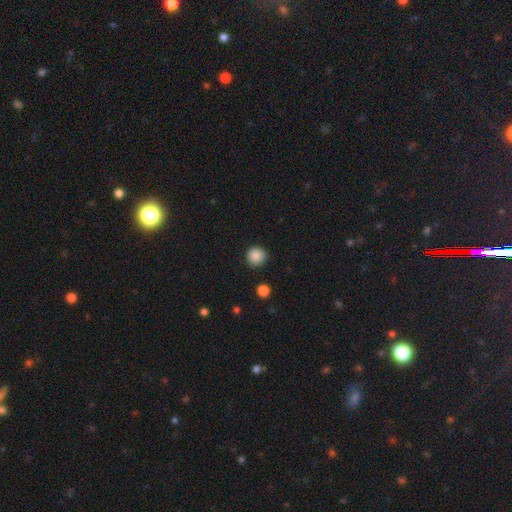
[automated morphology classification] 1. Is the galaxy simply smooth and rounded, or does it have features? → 88% smooth, 10% star or artifact, 3% featured or disk.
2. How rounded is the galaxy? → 94% round, 5% in between, 1% cigar-shaped.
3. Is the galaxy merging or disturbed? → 90% none, 7% minor disturbance, 2% major disturbance, 1% merger.